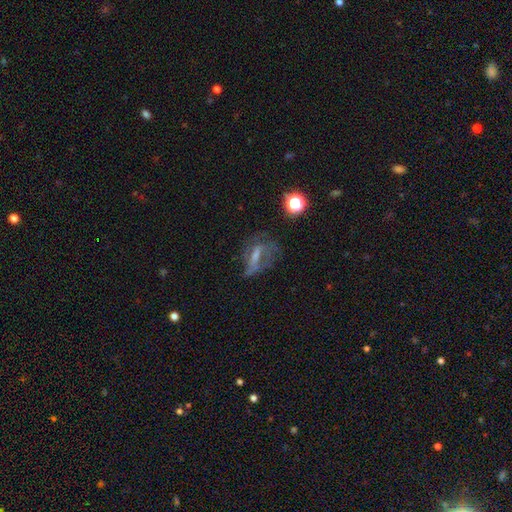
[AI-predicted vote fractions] Overall: featured or disk (52%; smooth 29%). Edge-on disk: no (88%). Merging: none (39%; major disturbance 35%).